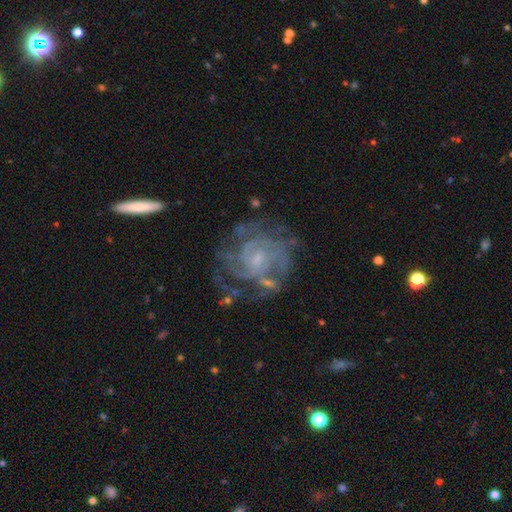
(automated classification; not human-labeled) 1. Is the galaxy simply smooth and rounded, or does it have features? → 78% featured or disk, 12% smooth, 11% star or artifact.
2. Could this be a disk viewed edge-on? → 96% no, 4% yes.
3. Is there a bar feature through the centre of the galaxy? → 68% no, 27% weak, 6% strong.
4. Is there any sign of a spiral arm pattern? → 82% yes, 18% no.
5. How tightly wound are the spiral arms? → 63% tight, 28% medium, 9% loose.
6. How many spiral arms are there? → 51% can't tell, 14% 2, 13% 3, 11% 4, 6% more than 4, 5% 1.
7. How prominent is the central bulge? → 64% small, 22% moderate, 11% none, 2% large, 1% dominant.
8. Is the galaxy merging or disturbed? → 66% none, 17% minor disturbance, 13% major disturbance, 4% merger.